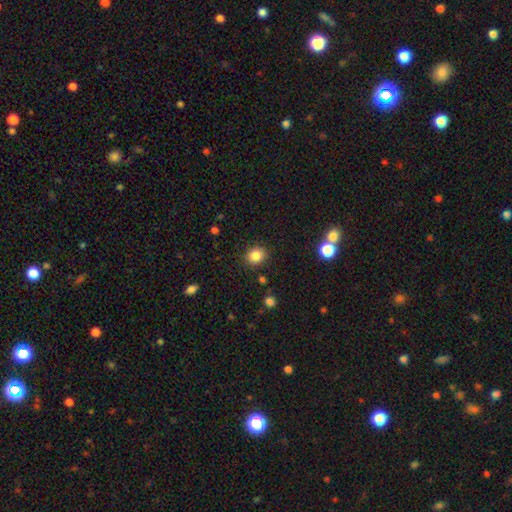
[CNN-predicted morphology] This appears to be a smooth galaxy with no disk features (83%) that is round (78%). Merging: none (88%).